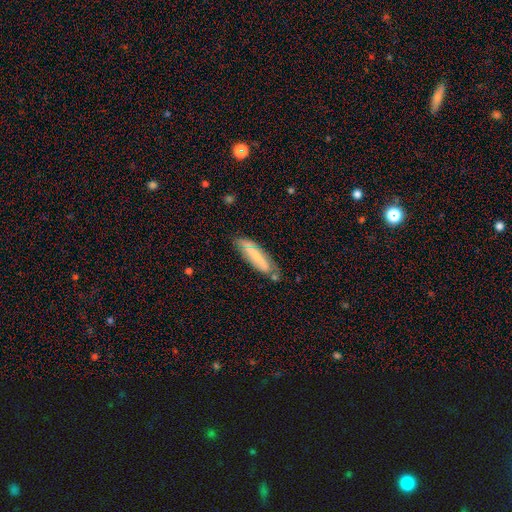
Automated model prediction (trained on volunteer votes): Morphology: type=smooth (51%); roundness=cigar-shaped (68%); merging=none (66%).